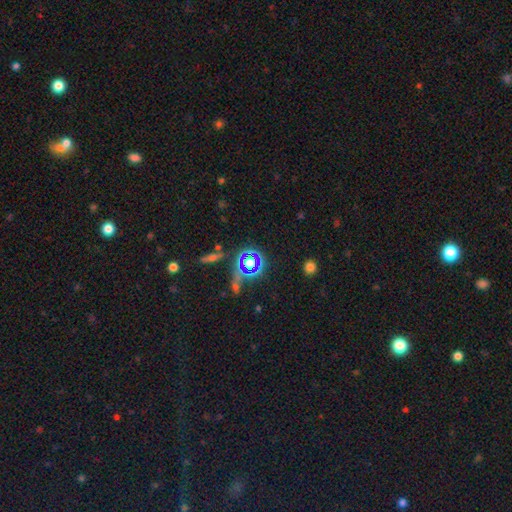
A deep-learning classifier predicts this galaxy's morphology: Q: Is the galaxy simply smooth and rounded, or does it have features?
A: star or artifact — 62%.